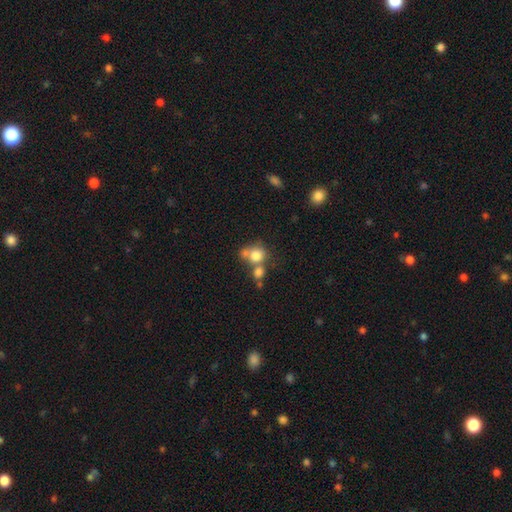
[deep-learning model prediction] Overall: smooth (76%). How rounded: round (77%). Merging: merger (48%; none 36%).